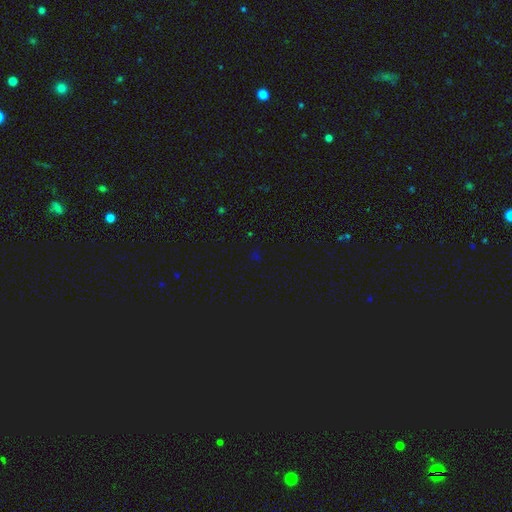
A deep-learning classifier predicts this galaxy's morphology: Smooth or featured?
  - star or artifact: 67% *
  - smooth: 26%
  - featured or disk: 6%